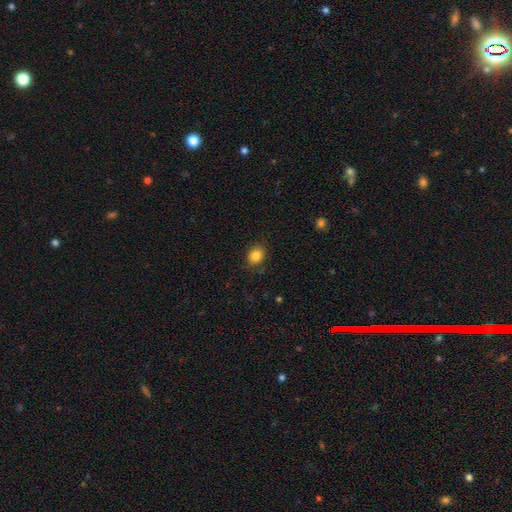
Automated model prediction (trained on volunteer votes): smooth_or_featured: smooth (p=0.84) [alt: star or artifact p=0.10]
how_rounded: round (p=0.59) [alt: in between p=0.40]
merging: none (p=0.84) [alt: minor disturbance p=0.12]